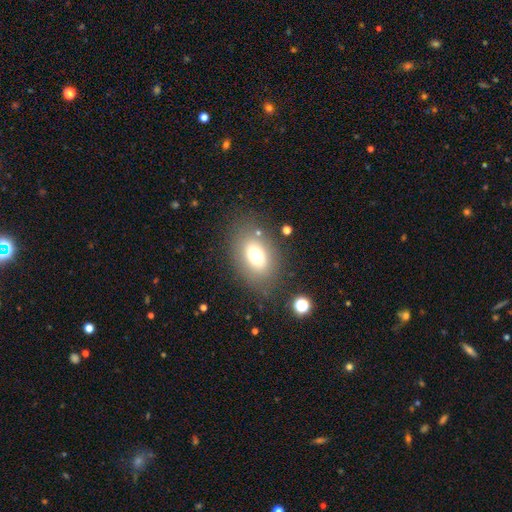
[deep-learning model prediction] smooth_or_featured: smooth (p=0.72) [alt: featured or disk p=0.16]
how_rounded: in between (p=0.79) [alt: round p=0.19]
merging: none (p=0.78) [alt: minor disturbance p=0.12]